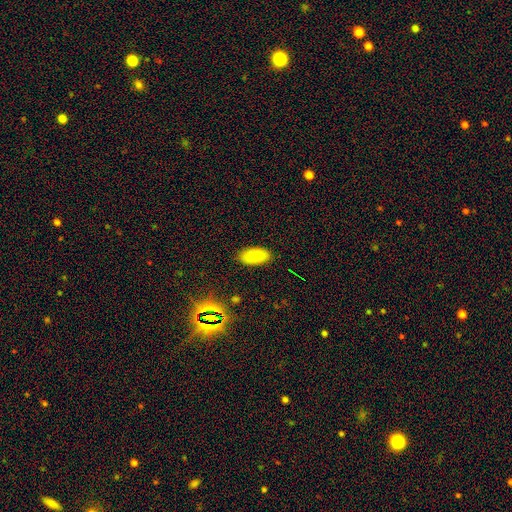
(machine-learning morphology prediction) A smooth galaxy with no disk features (82%) that is in between round and cigar-shaped (94%).

Vote fractions:
- Smooth or featured? smooth: 82% / star or artifact: 11% / featured or disk: 7%
- How rounded? in between: 94% / cigar-shaped: 3% / round: 3%
- Merging? none: 82% / minor disturbance: 13% / major disturbance: 3% / merger: 1%